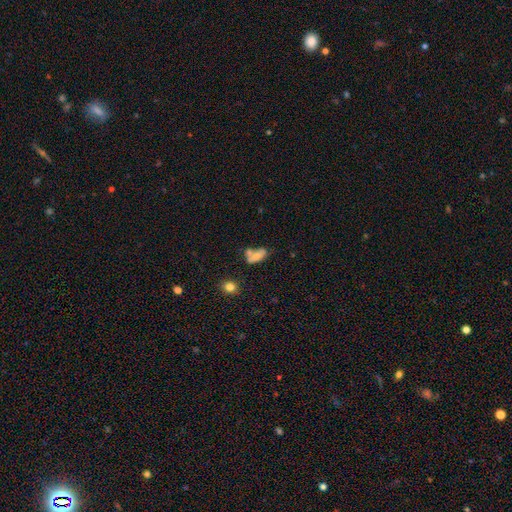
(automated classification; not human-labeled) Smooth or featured: smooth — 65% (featured or disk — 25%)
How rounded: in between — 81% (cigar-shaped — 11%)
Merging: merger — 39% (none — 33%)